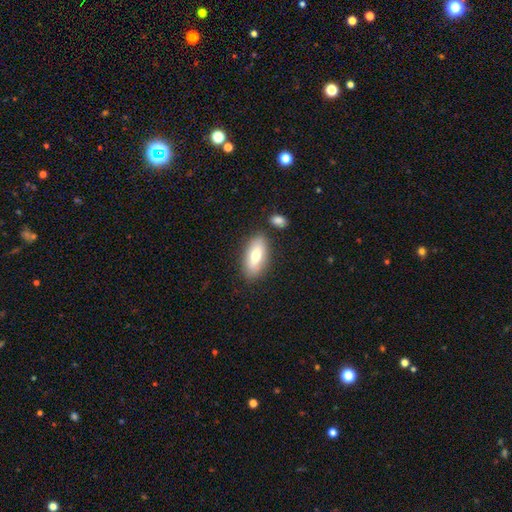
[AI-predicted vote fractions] Q: Smooth or featured?
A: smooth (67%); runner-up: featured or disk (26%)
Q: How rounded?
A: in between (85%); runner-up: cigar-shaped (12%)
Q: Merging?
A: none (81%); runner-up: minor disturbance (11%)